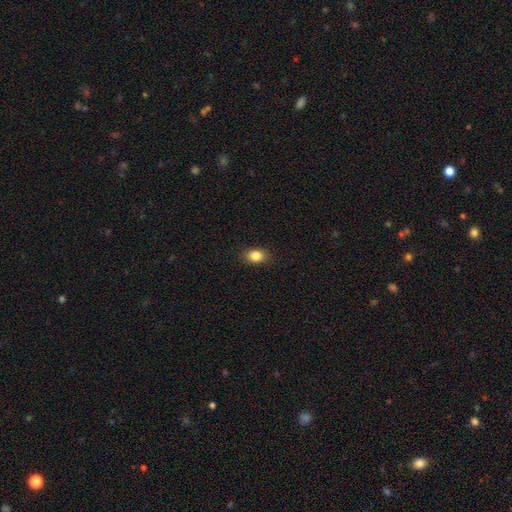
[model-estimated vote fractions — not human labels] Smooth or featured: smooth — 84% (star or artifact — 9%)
How rounded: in between — 71% (round — 27%)
Merging: none — 88% (minor disturbance — 9%)